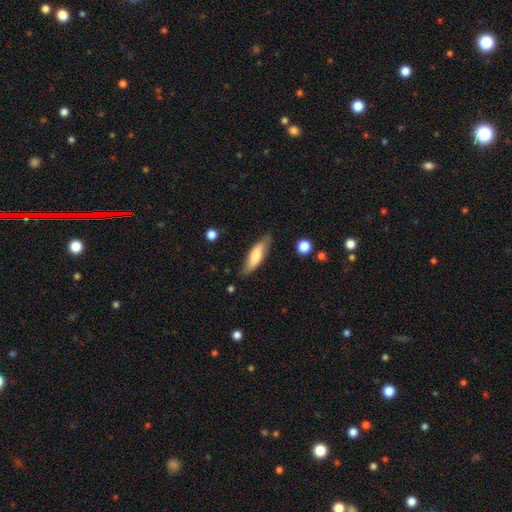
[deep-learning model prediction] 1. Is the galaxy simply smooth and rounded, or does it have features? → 68% smooth, 26% featured or disk, 6% star or artifact.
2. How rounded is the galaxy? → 53% cigar-shaped, 45% in between, 2% round.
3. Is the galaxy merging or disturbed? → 75% none, 19% minor disturbance, 4% major disturbance, 2% merger.